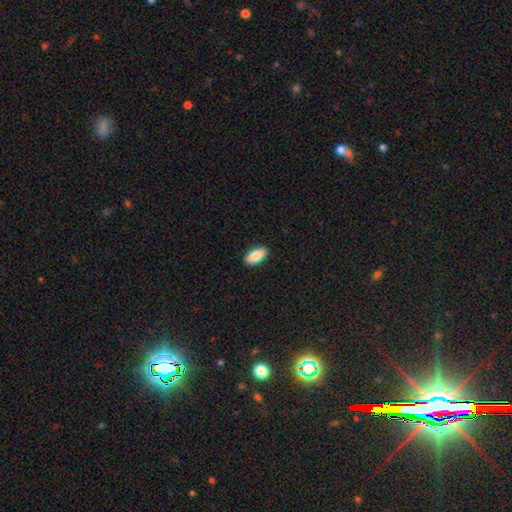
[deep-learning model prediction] Smooth or featured? smooth (85%)
How rounded? in between (90%)
Merging? none (90%)